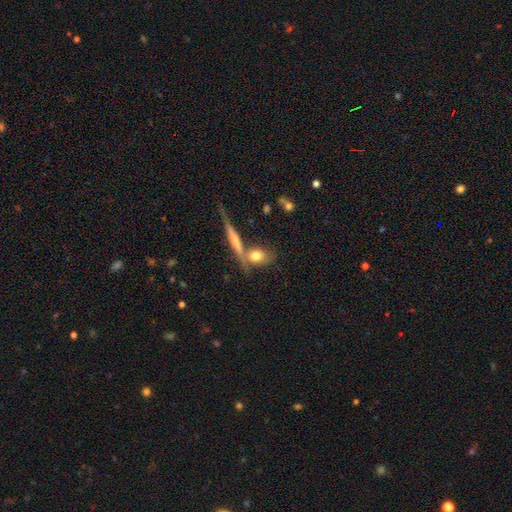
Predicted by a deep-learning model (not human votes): A smooth galaxy with no disk features (69%) that is in between round and cigar-shaped (49%). Merging: none (53%).